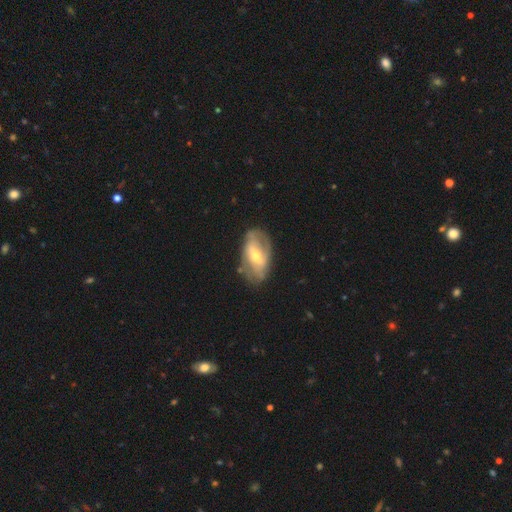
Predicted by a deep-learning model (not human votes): Smooth or featured? featured or disk (67%)
Edge-on disk? no (93%)
Bar? weak (43%)
Spiral arms? yes (67%)
Bulge size? moderate (52%)
Merging? none (65%)